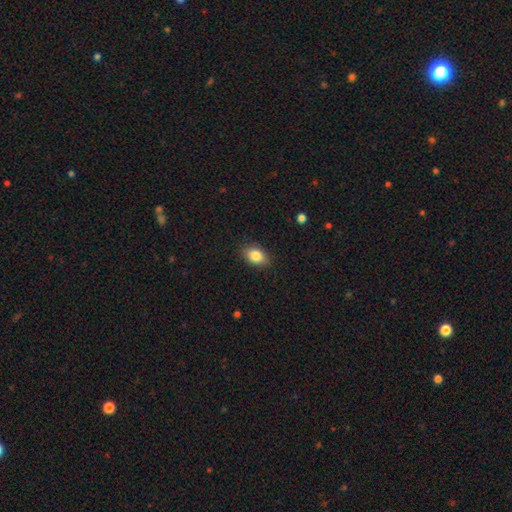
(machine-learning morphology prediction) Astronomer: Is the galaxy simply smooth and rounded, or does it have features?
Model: smooth — 84%.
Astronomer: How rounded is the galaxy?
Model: in between — 83%.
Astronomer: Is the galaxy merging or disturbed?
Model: none — 87%.